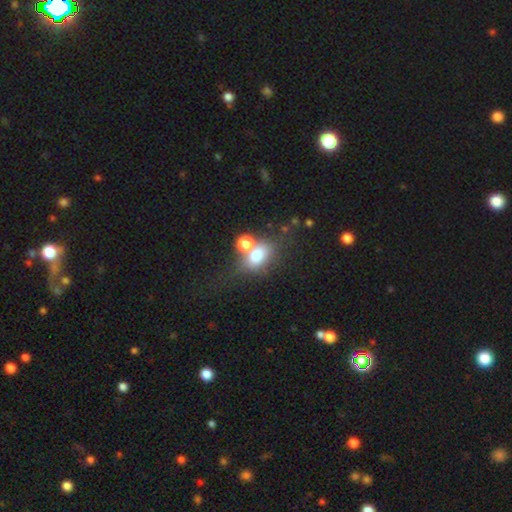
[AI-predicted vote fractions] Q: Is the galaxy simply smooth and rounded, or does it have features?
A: smooth — 72%.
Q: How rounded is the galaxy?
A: in between — 68%.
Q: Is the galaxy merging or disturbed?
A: merger — 40%, tied with none.